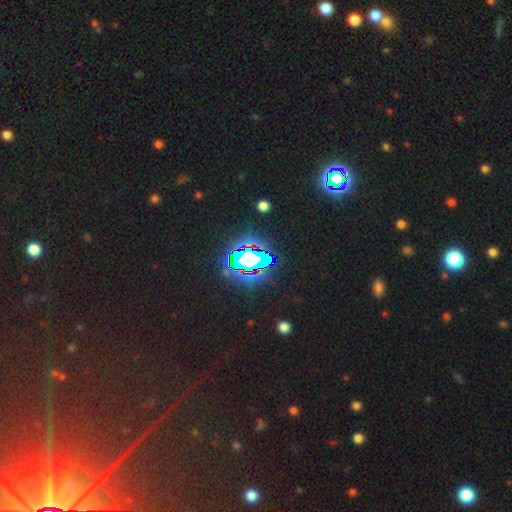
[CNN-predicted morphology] A star or artifact, not a galaxy (69%).

Vote fractions:
- Smooth or featured? star or artifact: 69% / smooth: 18% / featured or disk: 13%